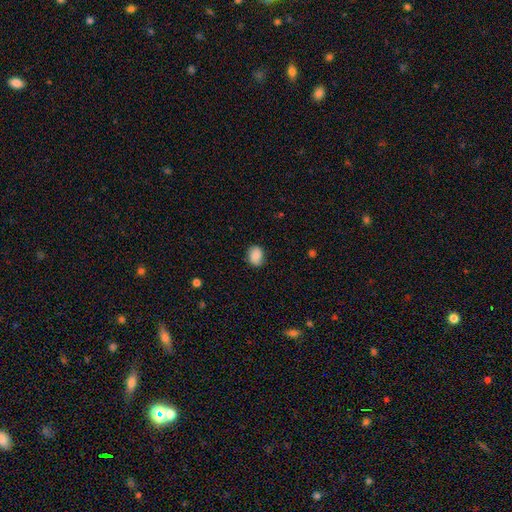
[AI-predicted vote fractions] This is clearly a smooth galaxy (85%). How rounded: possibly in between (56%). Merging: clearly none (82%).